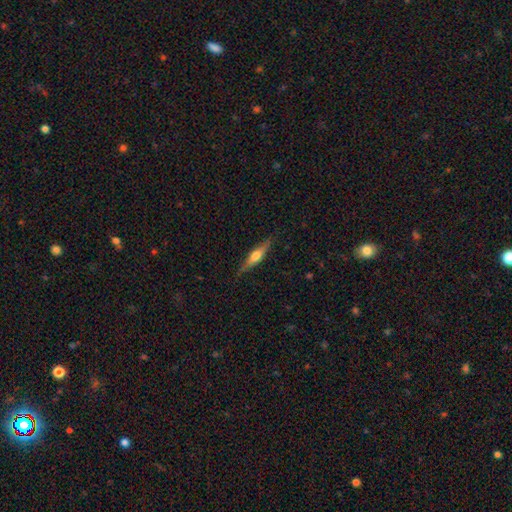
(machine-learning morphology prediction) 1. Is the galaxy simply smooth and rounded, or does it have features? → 57% featured or disk, 37% smooth, 6% star or artifact.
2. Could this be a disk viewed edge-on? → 95% yes, 5% no.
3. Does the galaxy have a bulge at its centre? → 86% rounded, 8% boxy, 6% none.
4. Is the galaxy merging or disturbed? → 84% none, 12% minor disturbance, 2% major disturbance, 1% merger.